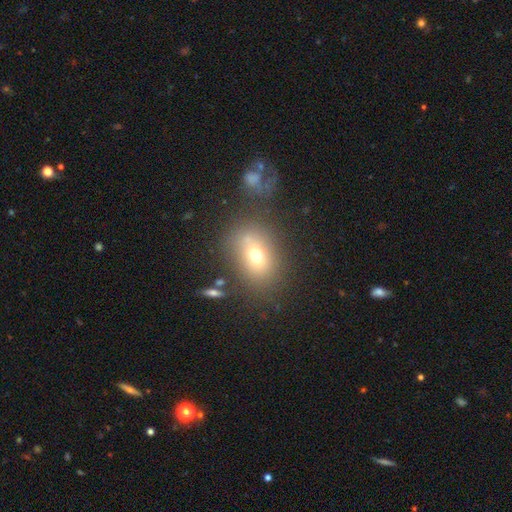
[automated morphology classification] A smooth galaxy with no disk features (67%) that is in between round and cigar-shaped (62%).

Vote fractions:
- Smooth or featured? smooth: 67% / featured or disk: 18% / star or artifact: 14%
- How rounded? in between: 62% / round: 36% / cigar-shaped: 2%
- Merging? none: 68% / minor disturbance: 14% / merger: 9% / major disturbance: 9%